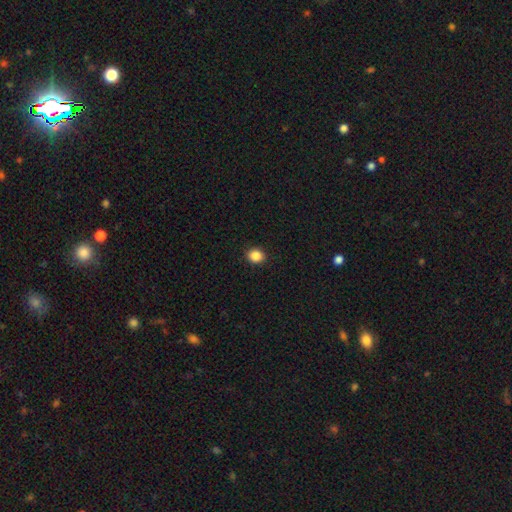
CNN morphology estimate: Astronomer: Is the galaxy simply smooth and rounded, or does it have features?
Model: smooth — 87%.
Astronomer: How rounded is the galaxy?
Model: round — 70%.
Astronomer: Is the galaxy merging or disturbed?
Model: none — 91%.